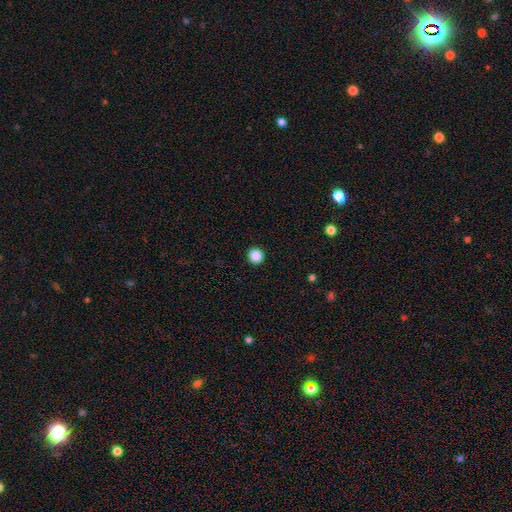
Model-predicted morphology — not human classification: This appears to be a smooth galaxy with no disk features (87%) that is round (94%). Merging: none (94%).